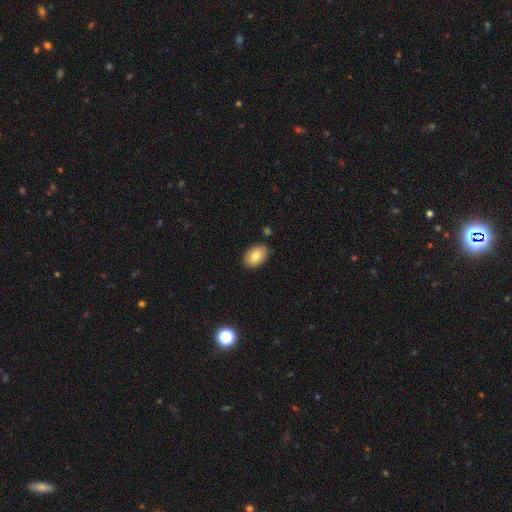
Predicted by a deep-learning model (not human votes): smooth-or-featured: smooth: 80% | featured or disk: 13% | star or artifact: 7%
  how-rounded: in between: 87% | round: 11% | cigar-shaped: 1%
  merging: none: 87% | minor disturbance: 9% | merger: 2% | major disturbance: 2%